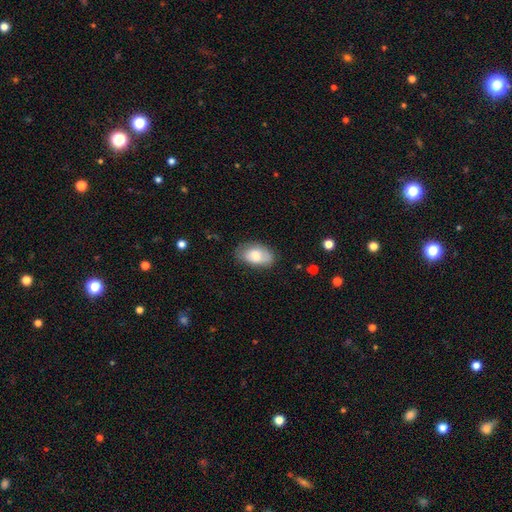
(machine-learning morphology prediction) Smooth or featured?
  - smooth: 76% *
  - featured or disk: 18%
  - star or artifact: 7%
How rounded?
  - in between: 92% *
  - round: 6%
  - cigar-shaped: 2%
Merging?
  - none: 70% *
  - minor disturbance: 23%
  - major disturbance: 5%
  - merger: 2%